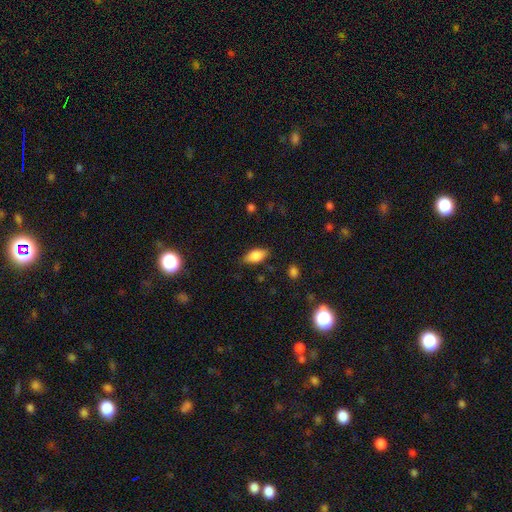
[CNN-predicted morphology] Q: Smooth or featured?
A: smooth (81%); runner-up: featured or disk (11%)
Q: How rounded?
A: in between (87%); runner-up: cigar-shaped (9%)
Q: Merging?
A: none (79%); runner-up: minor disturbance (16%)